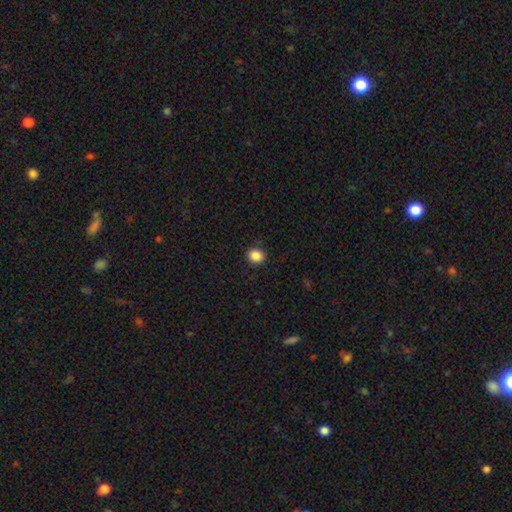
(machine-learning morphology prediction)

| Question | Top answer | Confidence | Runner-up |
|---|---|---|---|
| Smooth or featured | smooth | 87% | star or artifact (10%) |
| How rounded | round | 82% | in between (17%) |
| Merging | none | 90% | minor disturbance (7%) |